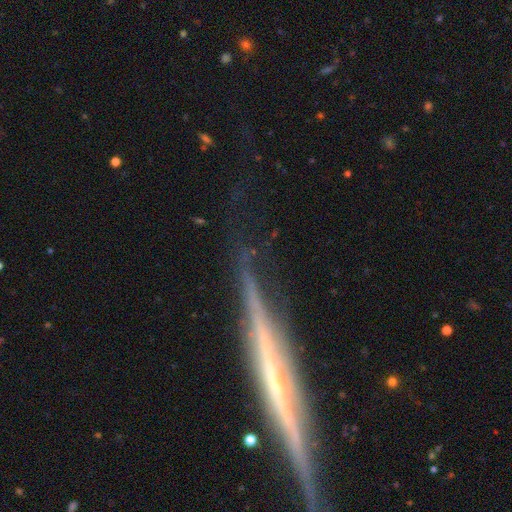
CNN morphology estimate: This is likely a featured or disk galaxy (78%). It is clearly viewed edge-on (95%). Edge-on bulge: likely none (71%). Merging: likely none (75%).